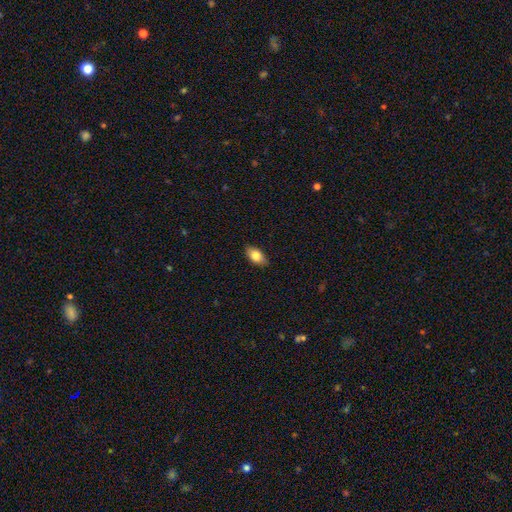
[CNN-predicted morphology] smooth 81%, featured or disk 12%, star or artifact 7%. Down the decision tree: how rounded — in between (90%); merging — none (87%).